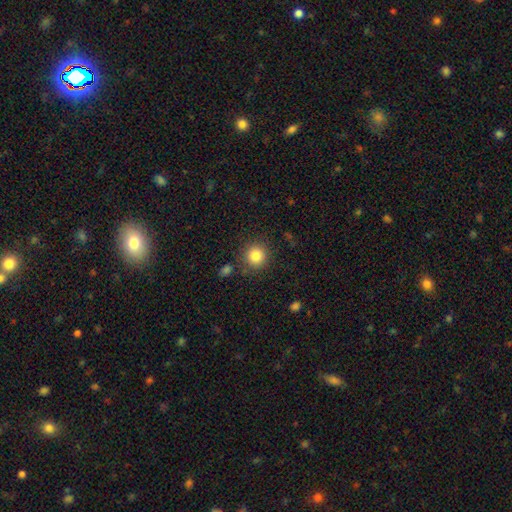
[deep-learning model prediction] This is clearly a smooth galaxy (83%). How rounded: clearly round (92%). Merging: clearly none (85%).